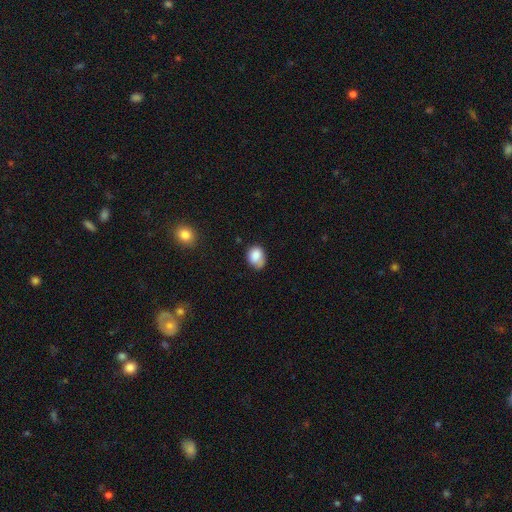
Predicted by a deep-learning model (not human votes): Smooth or featured? Predicted: smooth (p=0.83). How rounded? Predicted: in between (p=0.54). Merging? Predicted: none (p=0.56).